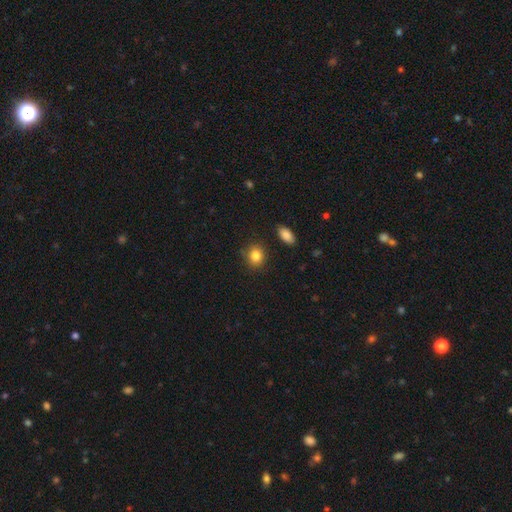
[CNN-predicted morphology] Smooth or featured: smooth — 85% (star or artifact — 9%)
How rounded: round — 69% (in between — 30%)
Merging: none — 84% (minor disturbance — 10%)